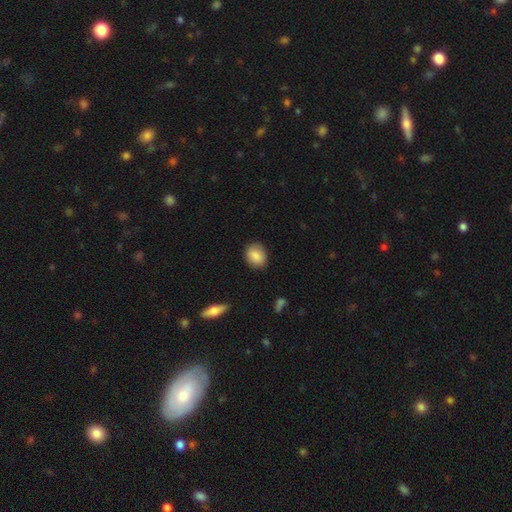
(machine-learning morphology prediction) Smooth or featured: smooth — 88% (star or artifact — 7%)
How rounded: in between — 56% (round — 43%)
Merging: none — 85% (minor disturbance — 11%)